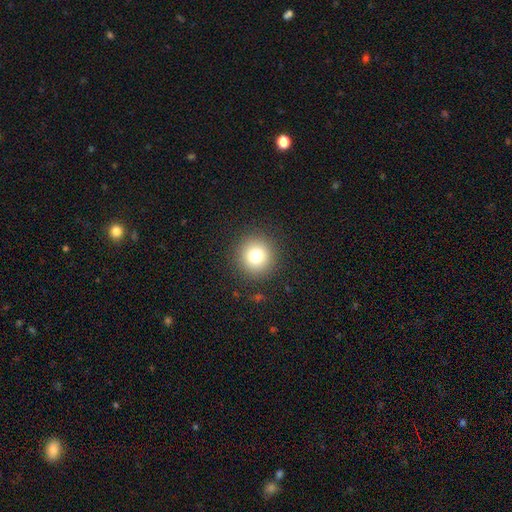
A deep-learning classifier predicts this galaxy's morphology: Q: Smooth or featured?
A: smooth (79%); runner-up: star or artifact (12%)
Q: How rounded?
A: round (94%); runner-up: in between (6%)
Q: Merging?
A: none (90%); runner-up: minor disturbance (6%)